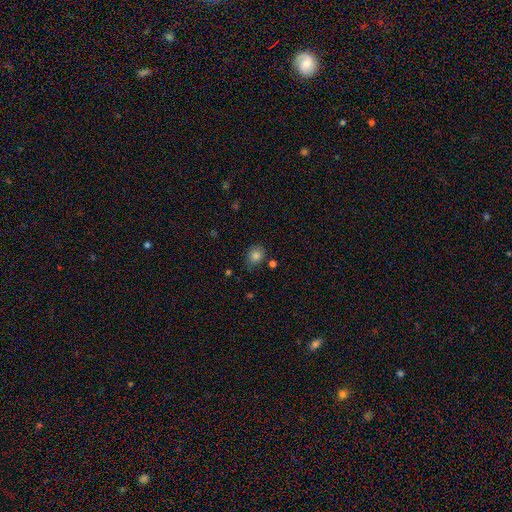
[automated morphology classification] Smooth or featured? Predicted: smooth (p=0.83). How rounded? Predicted: round (p=0.57). Merging? Predicted: none (p=0.77).